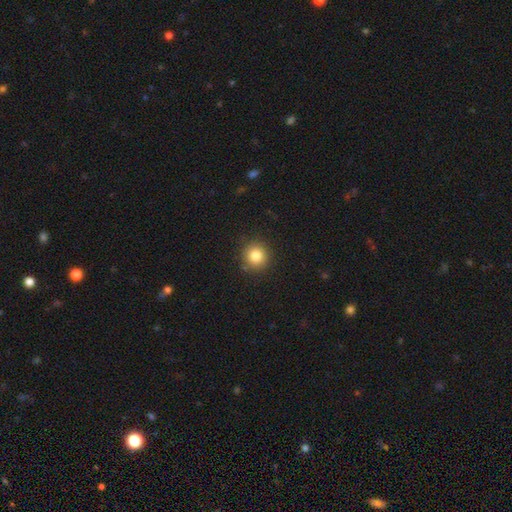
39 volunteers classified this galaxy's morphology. Smooth or featured? 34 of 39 (87%) said smooth. How rounded? 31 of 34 (91%) said round. Merging? 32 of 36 (89%) said none.